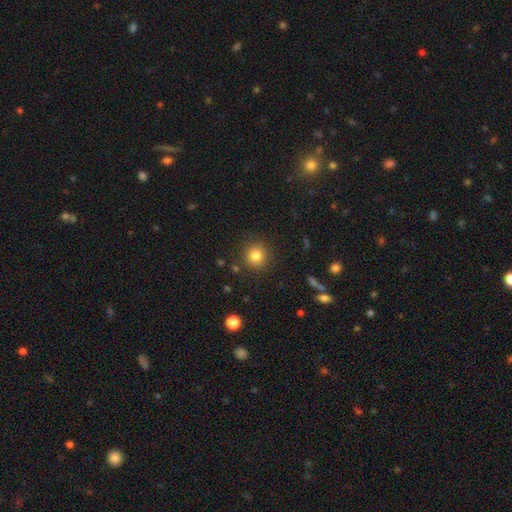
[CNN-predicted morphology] The model was most divided on "smooth or featured": smooth: 82%, star or artifact: 12%, featured or disk: 6%. More confident: how rounded — round (92%); merging — none (89%).